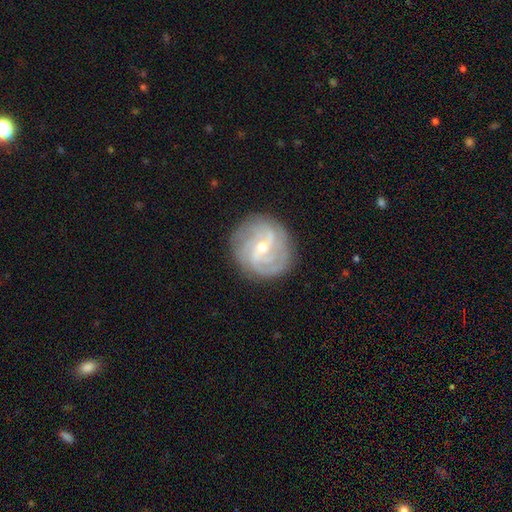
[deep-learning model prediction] smooth_or_featured: featured or disk (p=0.84) [alt: smooth p=0.10]
disk_edge_on: no (p=0.97) [alt: yes p=0.03]
bar: weak (p=0.51) [alt: no p=0.33]
has_spiral_arms: yes (p=0.95) [alt: no p=0.05]
spiral_winding: tight (p=0.52) [alt: medium p=0.36]
spiral_arm_count: 3 (p=0.28) [alt: can't tell p=0.24]
bulge_size: small (p=0.52) [alt: moderate p=0.45]
merging: none (p=0.83) [alt: minor disturbance p=0.12]